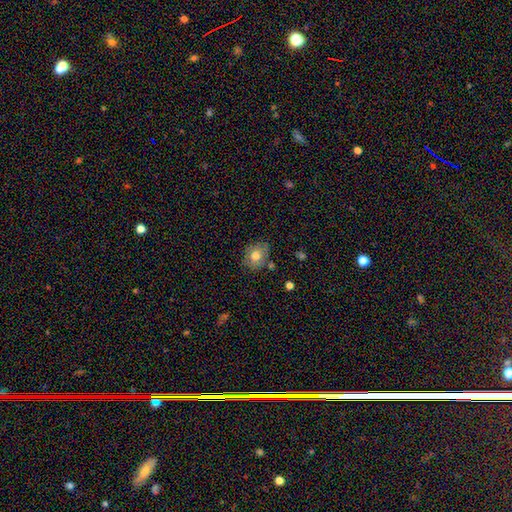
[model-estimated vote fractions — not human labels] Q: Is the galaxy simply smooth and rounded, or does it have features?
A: smooth — 73%.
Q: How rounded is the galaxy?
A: round — 56%.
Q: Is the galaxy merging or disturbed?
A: none — 72%.